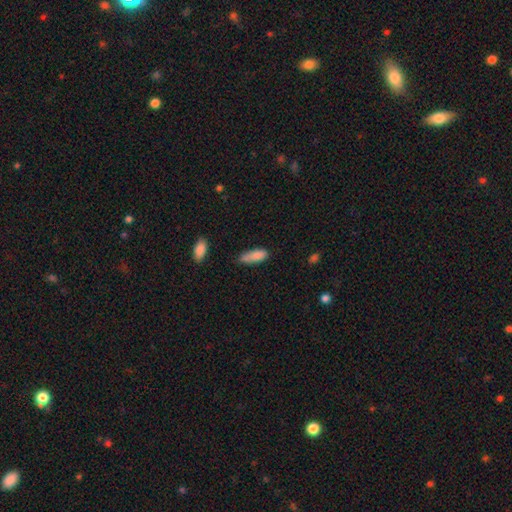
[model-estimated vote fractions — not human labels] The model was most divided on "merging": none: 51%, minor disturbance: 36%, major disturbance: 8%, merger: 5%. More confident: smooth or featured — smooth (84%); how rounded — in between (67%).